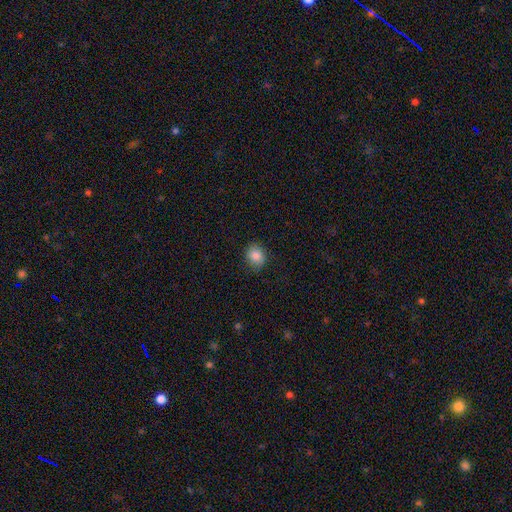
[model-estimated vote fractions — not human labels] Overall: smooth (85%). How rounded: round (63%; in between 36%). Merging: none (85%).